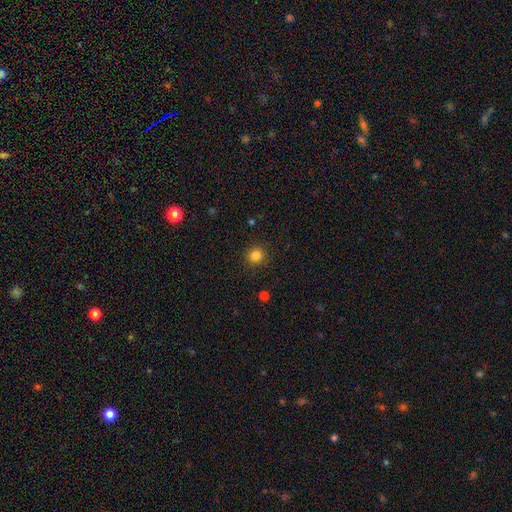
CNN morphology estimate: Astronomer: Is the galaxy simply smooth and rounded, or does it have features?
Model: smooth — 83%.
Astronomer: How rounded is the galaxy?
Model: round — 91%.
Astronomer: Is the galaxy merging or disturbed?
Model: none — 90%.